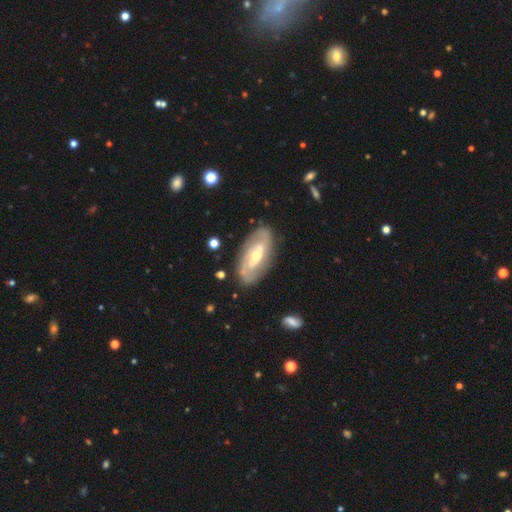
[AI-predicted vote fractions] A featured or disk galaxy (76%) with a weak bar (39%), 2 (66%) tight (44%) spiral arms (77%) and a moderate central bulge (56%).

Vote fractions:
- Smooth or featured? featured or disk: 76% / smooth: 18% / star or artifact: 5%
- Edge-on disk? no: 90% / yes: 10%
- Bar? weak: 39% / strong: 32% / no: 29%
- Spiral arms? yes: 77% / no: 23%
- Spiral winding? tight: 44% / medium: 36% / loose: 20%
- Spiral arm count? 2: 66% / can't tell: 23% / 3: 4% / 1: 3% / 4: 2% / more than 4: 2%
- Bulge size? moderate: 56% / small: 39% / large: 3% / none: 1% / dominant: 1%
- Merging? none: 81% / minor disturbance: 13% / major disturbance: 4% / merger: 2%